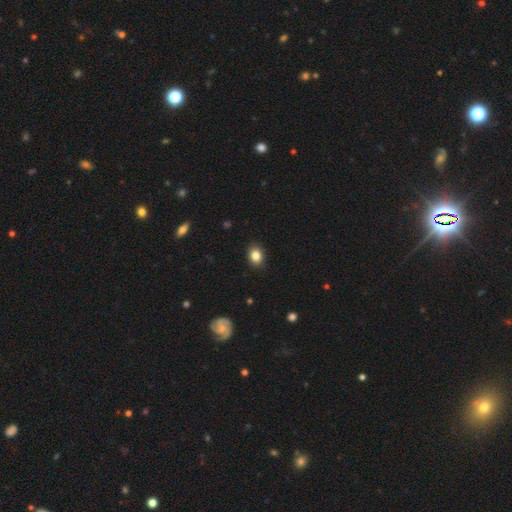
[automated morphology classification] smooth_or_featured: smooth (p=0.85) [alt: star or artifact p=0.10]
how_rounded: in between (p=0.58) [alt: round p=0.41]
merging: none (p=0.88) [alt: minor disturbance p=0.09]